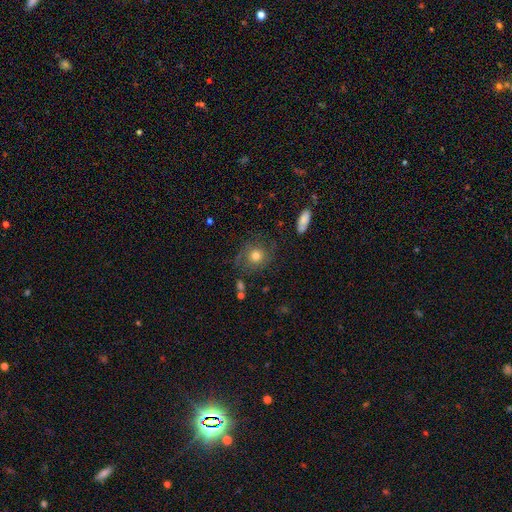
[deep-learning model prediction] This appears to be a smooth galaxy with no disk features (55%) that is round (84%). Merging: none (69%).